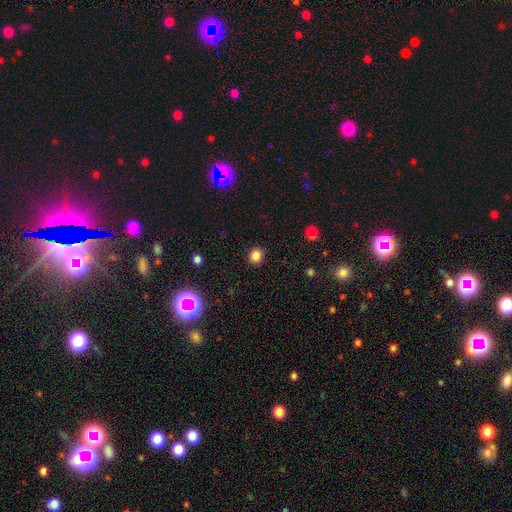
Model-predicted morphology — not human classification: Overall: smooth (83%). How rounded: round (75%). Merging: none (90%).